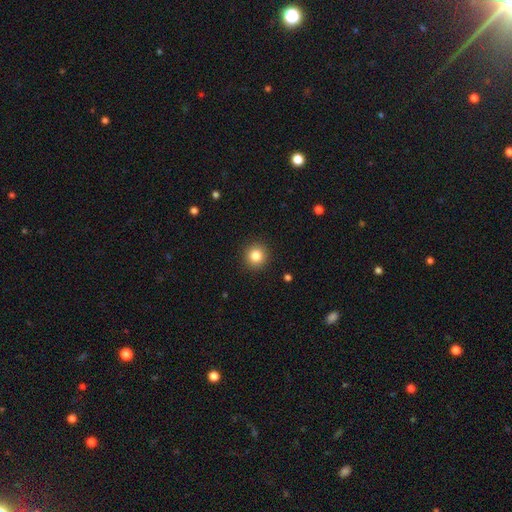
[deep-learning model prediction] This is clearly a smooth galaxy (84%). How rounded: clearly round (94%). Merging: clearly none (92%).